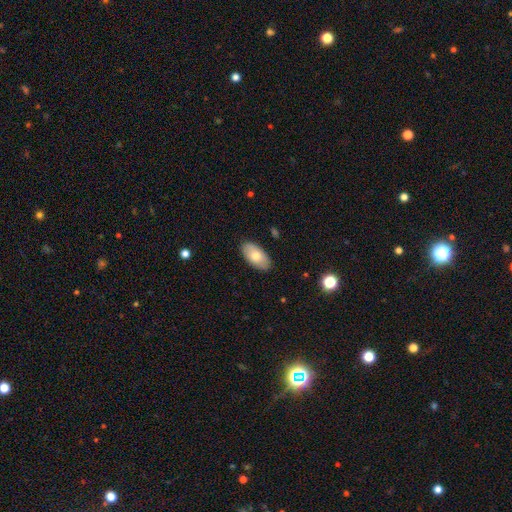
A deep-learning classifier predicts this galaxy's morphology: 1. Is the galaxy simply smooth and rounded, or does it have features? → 72% smooth, 22% featured or disk, 6% star or artifact.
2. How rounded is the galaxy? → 95% in between, 3% round, 2% cigar-shaped.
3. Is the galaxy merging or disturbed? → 87% none, 10% minor disturbance, 2% major disturbance, 1% merger.